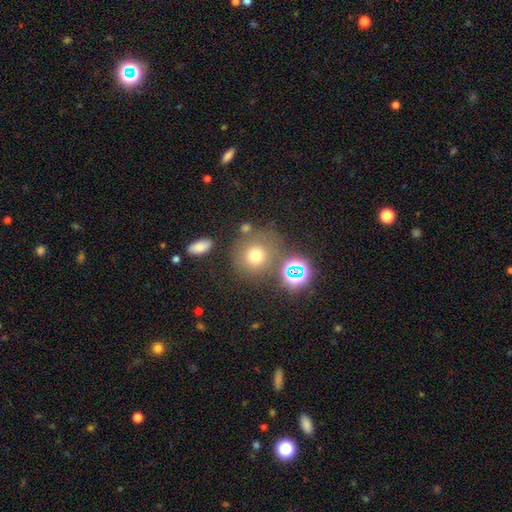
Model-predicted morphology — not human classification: smooth-or-featured: smooth: 69% | star or artifact: 19% | featured or disk: 11%
  how-rounded: round: 88% | in between: 11% | cigar-shaped: 1%
  merging: none: 71% | minor disturbance: 12% | merger: 10% | major disturbance: 6%